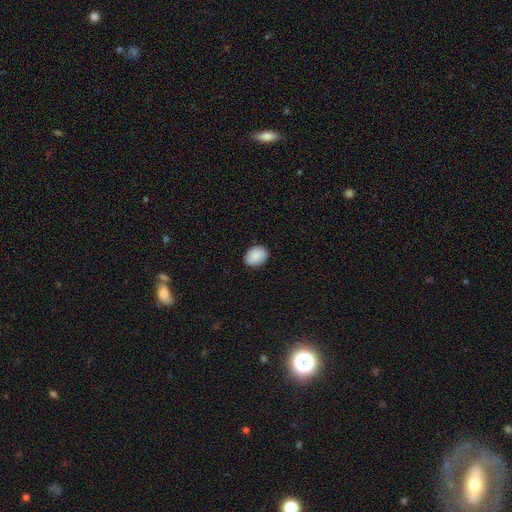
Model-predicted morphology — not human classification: Q: Smooth or featured?
A: smooth (89%); runner-up: star or artifact (7%)
Q: How rounded?
A: in between (68%); runner-up: round (32%)
Q: Merging?
A: none (88%); runner-up: minor disturbance (9%)